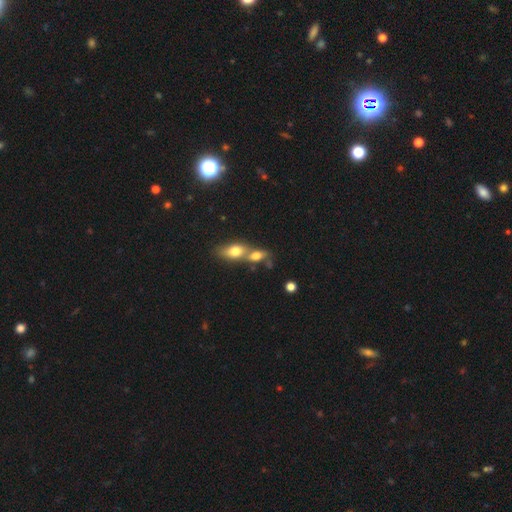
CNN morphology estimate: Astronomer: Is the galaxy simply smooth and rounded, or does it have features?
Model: smooth — 66%.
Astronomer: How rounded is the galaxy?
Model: in between — 73%.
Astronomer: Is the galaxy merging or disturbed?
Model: merger — 66%.